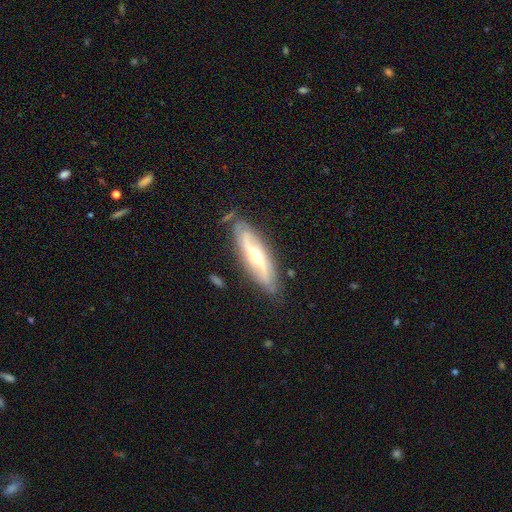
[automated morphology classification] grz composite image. It shows a featured or disk galaxy (78%) with a strong bar (42%), 2 (81%) loose (43%) spiral arms (89%) and a moderate central bulge (60%). Merging: none (76%).